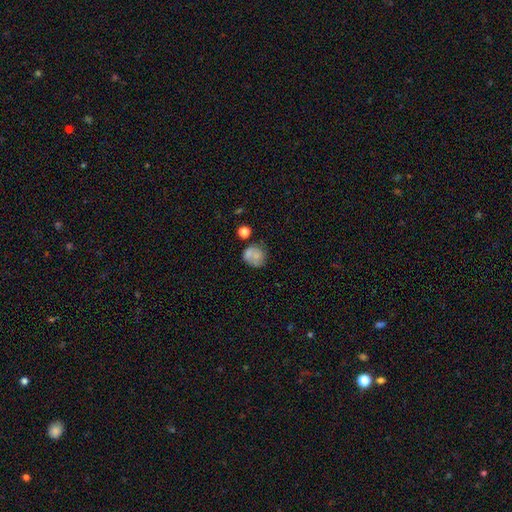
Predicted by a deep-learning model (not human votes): This is likely a smooth galaxy (62%). How rounded: likely round (78%). Merging: possibly none (54%).